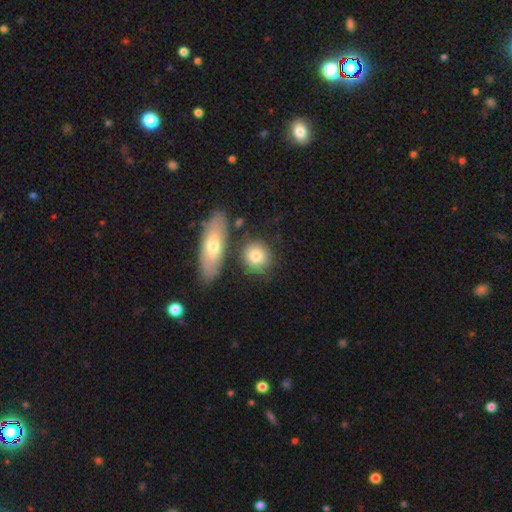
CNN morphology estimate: Overall: smooth (79%). How rounded: round (75%). Merging: none (72%).